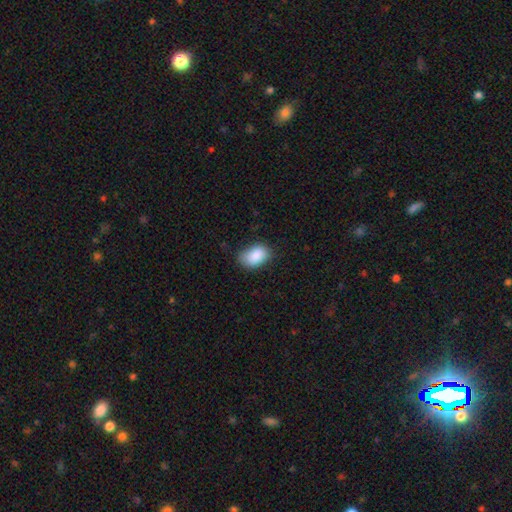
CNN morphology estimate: smooth_or_featured: smooth (p=0.88) [alt: star or artifact p=0.07]
how_rounded: in between (p=0.87) [alt: round p=0.12]
merging: none (p=0.71) [alt: minor disturbance p=0.23]